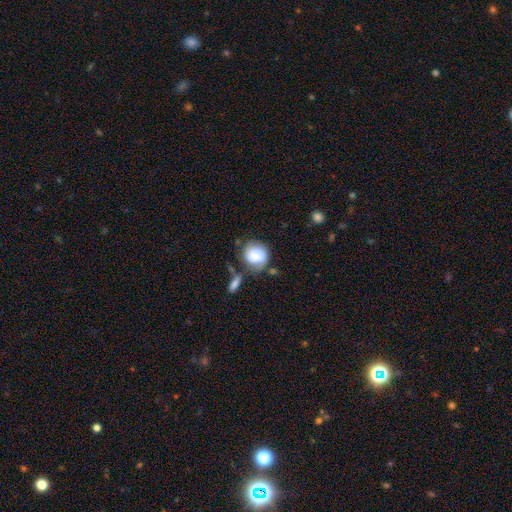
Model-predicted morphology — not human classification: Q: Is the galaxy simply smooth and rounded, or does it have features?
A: smooth — 77%.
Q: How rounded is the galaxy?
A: round — 76%.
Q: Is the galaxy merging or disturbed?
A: none — 48%.